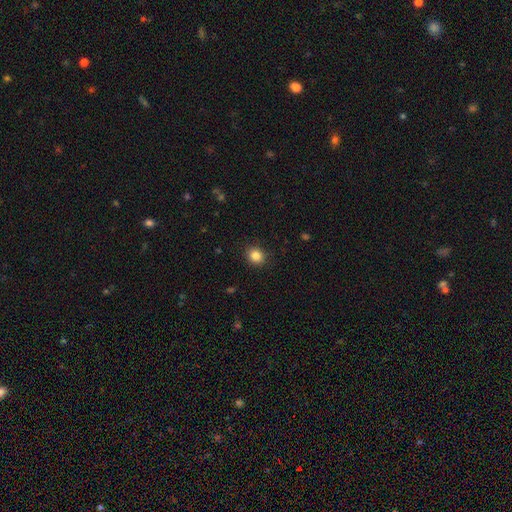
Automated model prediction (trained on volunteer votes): Morphology: type=smooth (85%); roundness=round (75%); merging=none (90%).